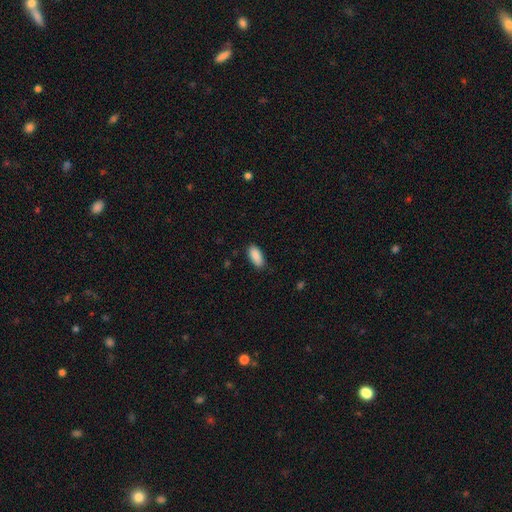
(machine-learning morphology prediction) A smooth galaxy with no disk features (90%) that is in between round and cigar-shaped (90%).

Vote fractions:
- Smooth or featured? smooth: 90% / star or artifact: 6% / featured or disk: 4%
- How rounded? in between: 90% / cigar-shaped: 8% / round: 2%
- Merging? none: 85% / minor disturbance: 12% / major disturbance: 2% / merger: 1%